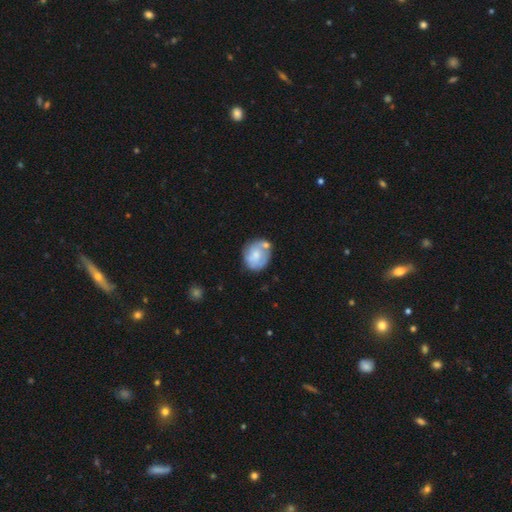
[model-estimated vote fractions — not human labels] Q: Smooth or featured?
A: smooth (53%); runner-up: featured or disk (41%)
Q: How rounded?
A: round (58%); runner-up: in between (41%)
Q: Merging?
A: none (50%); runner-up: minor disturbance (24%)